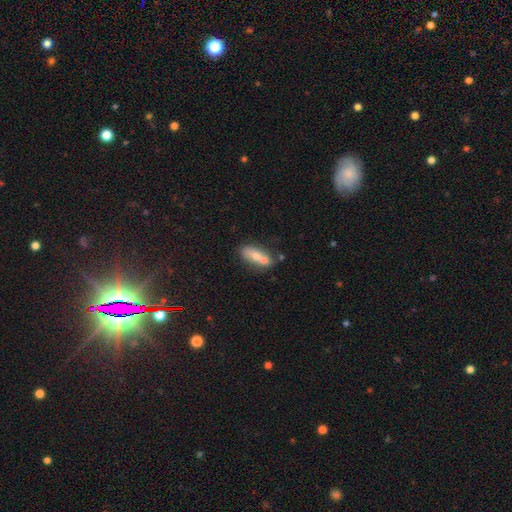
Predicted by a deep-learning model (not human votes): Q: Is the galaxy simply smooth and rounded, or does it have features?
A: smooth — 62%.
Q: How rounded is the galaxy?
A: in between — 71%.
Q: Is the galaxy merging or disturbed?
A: merger — 46%.